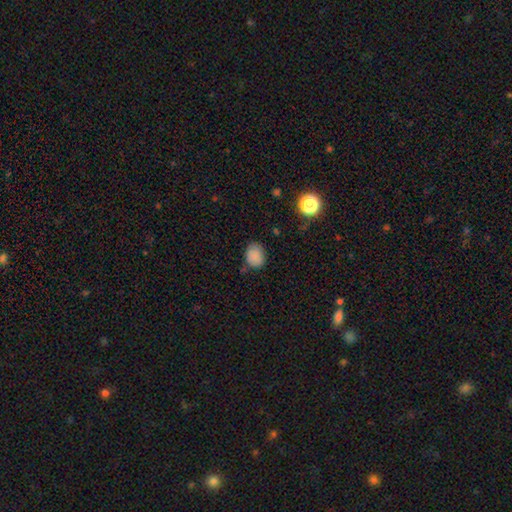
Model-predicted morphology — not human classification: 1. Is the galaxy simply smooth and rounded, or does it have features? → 84% smooth, 11% star or artifact, 5% featured or disk.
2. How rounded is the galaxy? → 55% in between, 44% round, 1% cigar-shaped.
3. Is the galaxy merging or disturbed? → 74% none, 20% minor disturbance, 4% major disturbance, 3% merger.